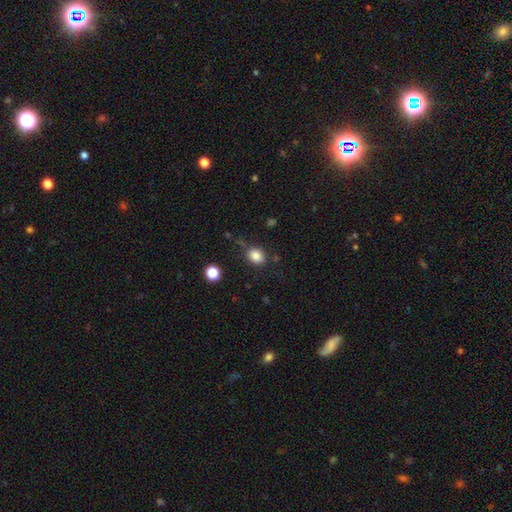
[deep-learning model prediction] This appears to be a smooth galaxy with no disk features (84%) that is round (54%). Merging: none (74%).